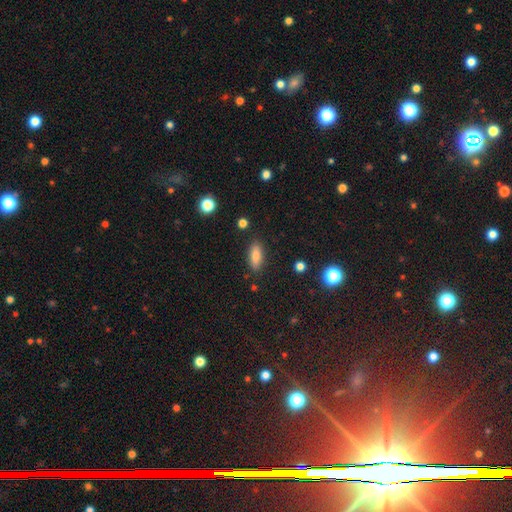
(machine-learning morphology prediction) Smooth or featured?
  - smooth: 79% *
  - featured or disk: 11%
  - star or artifact: 9%
How rounded?
  - in between: 73% *
  - cigar-shaped: 23%
  - round: 3%
Merging?
  - none: 87% *
  - minor disturbance: 9%
  - major disturbance: 2%
  - merger: 2%